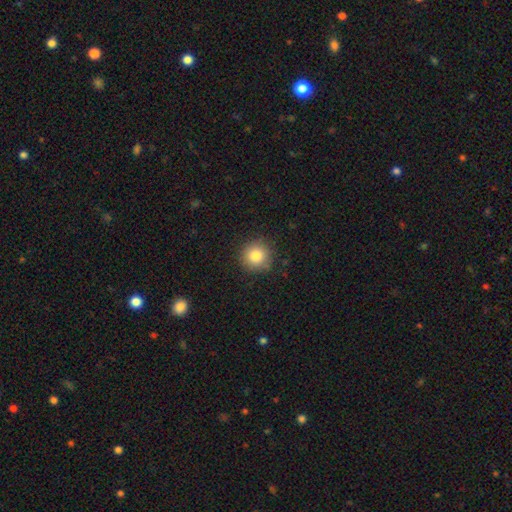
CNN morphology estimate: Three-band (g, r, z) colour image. It shows a smooth galaxy with no disk features (83%) that is round (94%). Merging: none (89%).